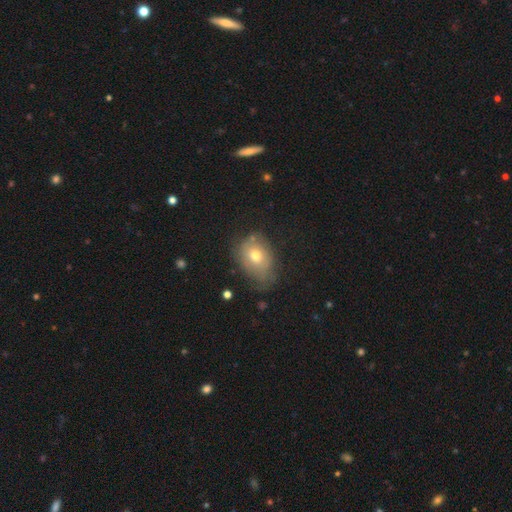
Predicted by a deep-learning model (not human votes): Morphology: type=smooth (70%); roundness=in between (61%); merging=none (52%).